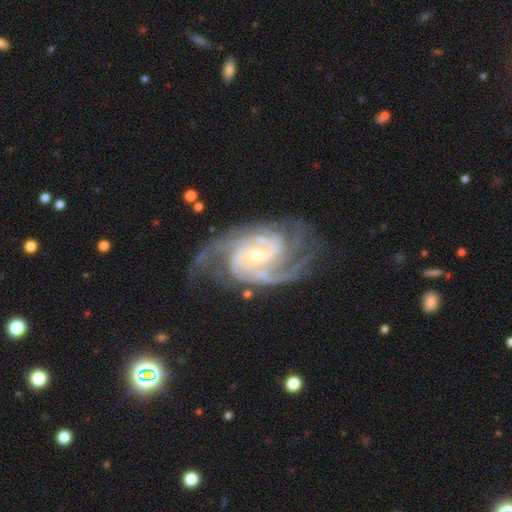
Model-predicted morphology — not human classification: featured or disk 93%, star or artifact 4%, smooth 3%. Down the decision tree: edge-on disk — no (98%); bar — no (57%); spiral arms — yes (99%); spiral arm count — 2 (32%); spiral winding — tight (60%); bulge size — small (50%); merging — none (66%).